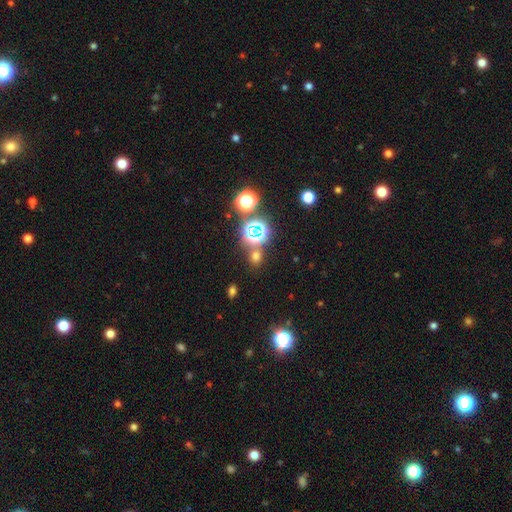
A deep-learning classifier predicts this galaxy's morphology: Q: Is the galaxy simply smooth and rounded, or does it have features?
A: smooth — 53%.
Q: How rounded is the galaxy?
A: round — 75%.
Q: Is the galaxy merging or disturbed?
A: none — 75%.